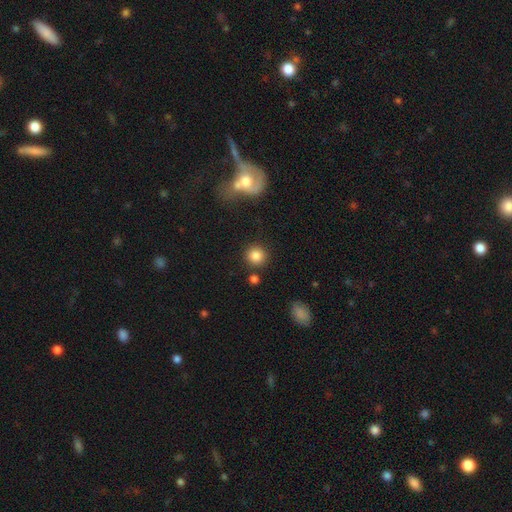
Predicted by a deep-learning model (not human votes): Smooth or featured?
  - smooth: 84% *
  - star or artifact: 10%
  - featured or disk: 6%
How rounded?
  - round: 91% *
  - in between: 8%
  - cigar-shaped: 1%
Merging?
  - none: 83% *
  - minor disturbance: 7%
  - merger: 6%
  - major disturbance: 3%